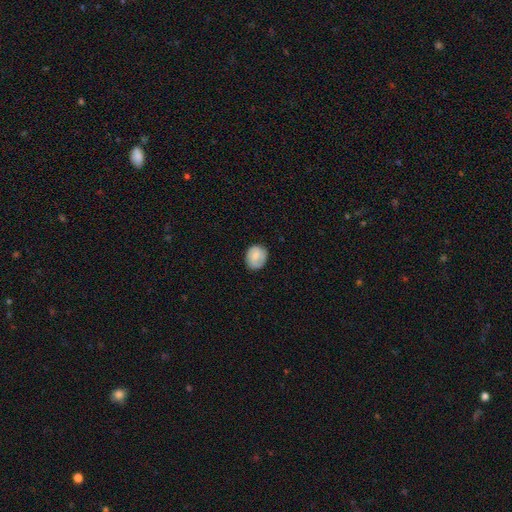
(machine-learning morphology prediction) This is likely a smooth galaxy (74%). How rounded: likely round (70%). Merging: clearly none (80%).